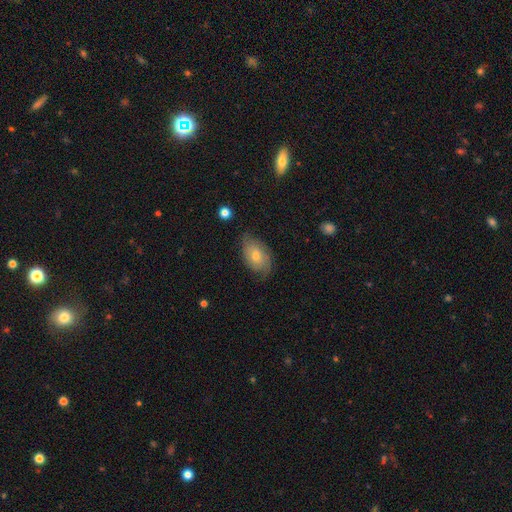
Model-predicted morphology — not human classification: This is possibly a smooth galaxy (47%). Merging: likely none (66%).